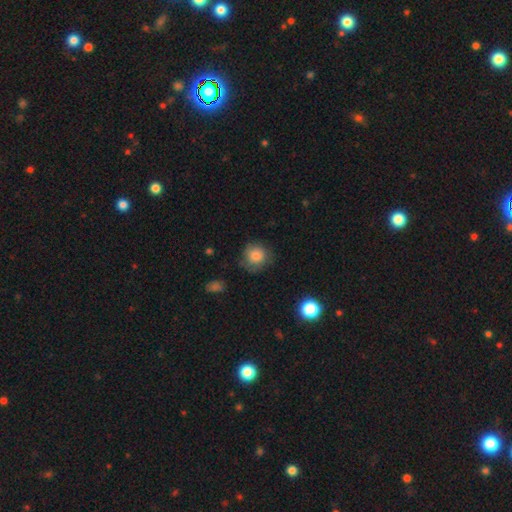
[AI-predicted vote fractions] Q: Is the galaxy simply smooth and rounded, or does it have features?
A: smooth — 78%.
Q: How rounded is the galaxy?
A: round — 86%.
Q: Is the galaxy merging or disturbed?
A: none — 67%.